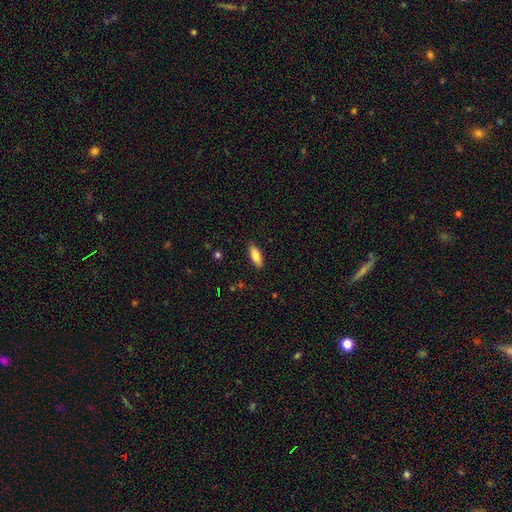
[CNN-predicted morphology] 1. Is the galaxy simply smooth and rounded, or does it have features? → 83% smooth, 11% featured or disk, 6% star or artifact.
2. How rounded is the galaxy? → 74% in between, 24% cigar-shaped, 2% round.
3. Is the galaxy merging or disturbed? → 87% none, 10% minor disturbance, 2% major disturbance, 1% merger.